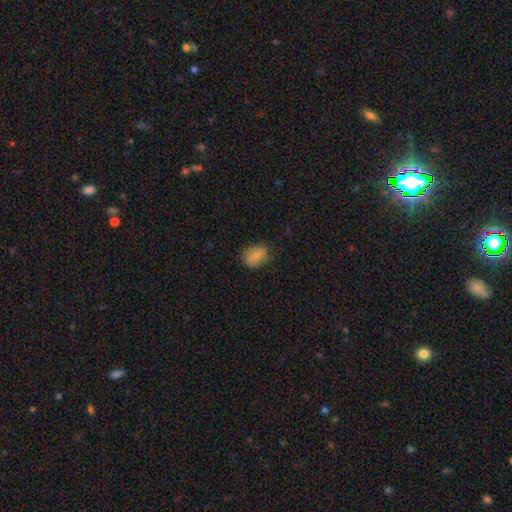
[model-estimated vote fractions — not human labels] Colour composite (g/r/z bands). It shows a smooth galaxy with no disk features (74%) that is in between round and cigar-shaped (66%). Merging: none (73%).